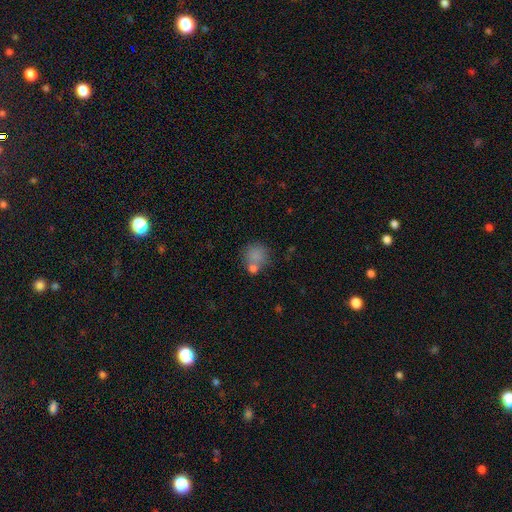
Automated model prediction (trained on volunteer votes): A smooth galaxy with no disk features (78%) that is round (83%).

Vote fractions:
- Smooth or featured? smooth: 78% / star or artifact: 12% / featured or disk: 10%
- How rounded? round: 83% / in between: 16% / cigar-shaped: 1%
- Merging? none: 59% / merger: 21% / minor disturbance: 14% / major disturbance: 6%